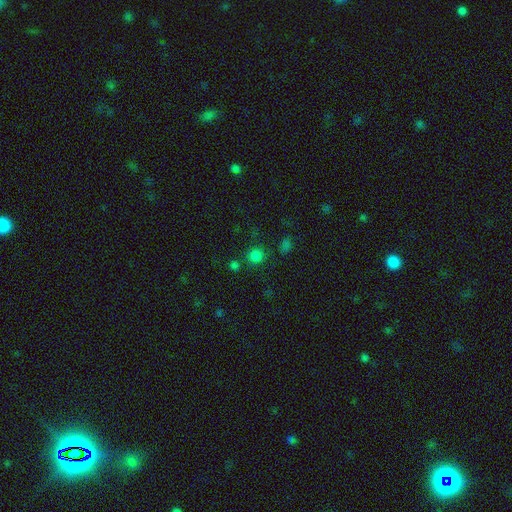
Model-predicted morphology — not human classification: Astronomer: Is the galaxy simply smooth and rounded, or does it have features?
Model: smooth — 77%.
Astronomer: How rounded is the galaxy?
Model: round — 91%.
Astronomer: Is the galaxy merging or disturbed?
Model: none — 78%.